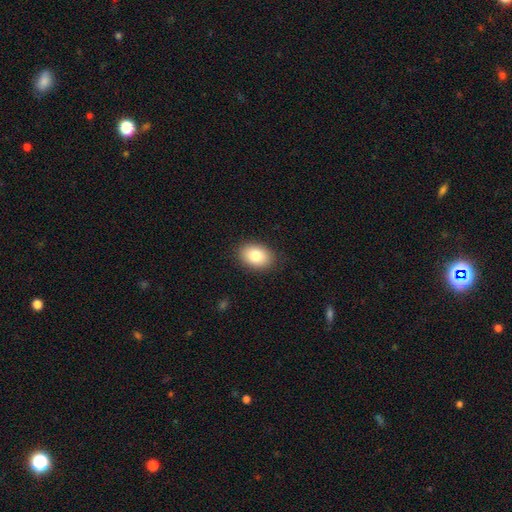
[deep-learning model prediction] smooth_or_featured: smooth (p=0.82) [alt: featured or disk p=0.10]
how_rounded: in between (p=0.80) [alt: round p=0.19]
merging: none (p=0.88) [alt: minor disturbance p=0.09]